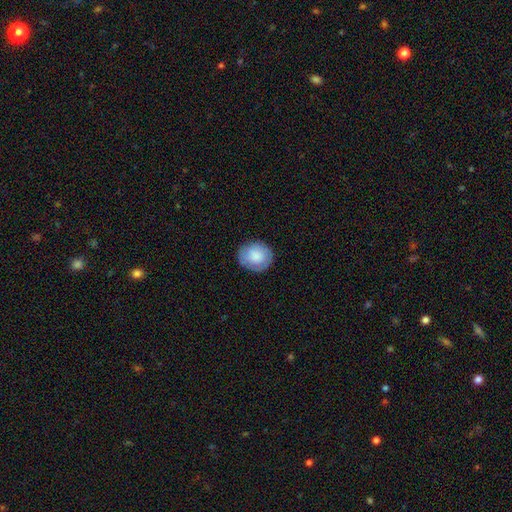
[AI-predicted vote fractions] A smooth galaxy with no disk features (79%) that is round (75%). Merging: none (83%).